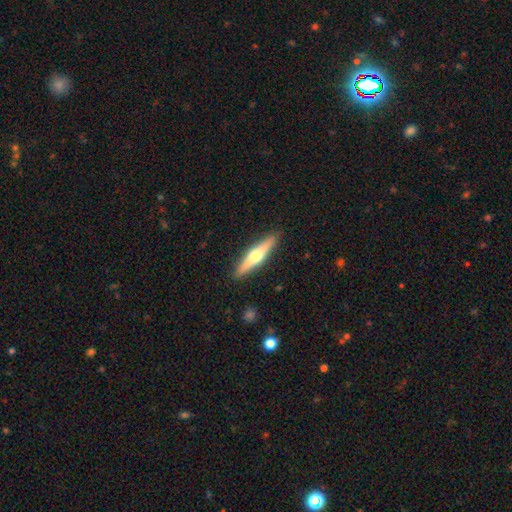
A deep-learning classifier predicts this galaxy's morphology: featured or disk 55%, smooth 40%, star or artifact 5%. Down the decision tree: edge-on disk — yes (95%); edge-on bulge — rounded (92%); merging — none (90%).